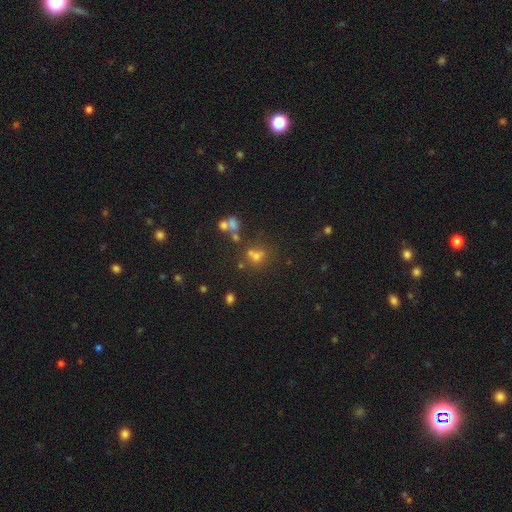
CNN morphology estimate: A smooth galaxy with no disk features (49%).

Vote fractions:
- Smooth or featured? smooth: 49% / star or artifact: 34% / featured or disk: 17%
- Merging? none: 53% / merger: 31% / minor disturbance: 10% / major disturbance: 6%